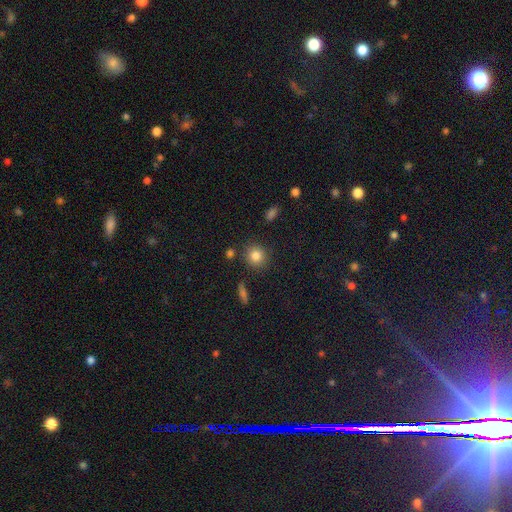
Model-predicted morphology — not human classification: type=smooth (83%); roundness=round (87%); merging=none (85%).